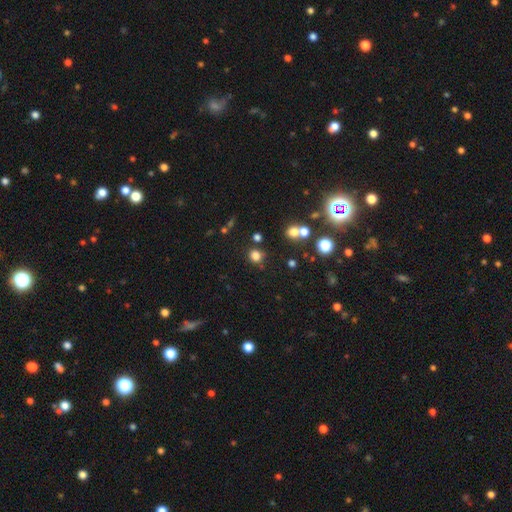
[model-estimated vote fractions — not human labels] Q: Smooth or featured?
A: smooth (77%); runner-up: star or artifact (18%)
Q: How rounded?
A: round (87%); runner-up: in between (12%)
Q: Merging?
A: none (79%); runner-up: merger (9%)